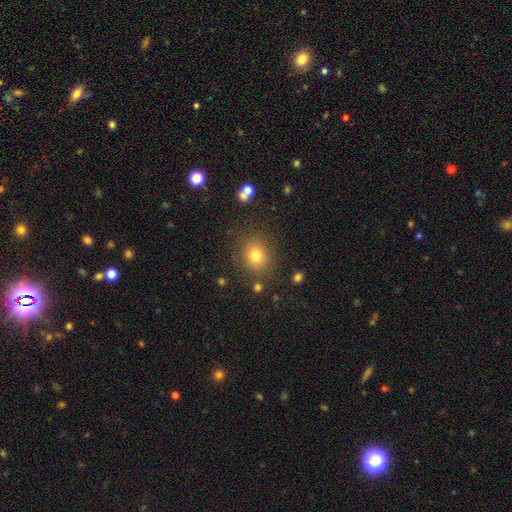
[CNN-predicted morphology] The model was most divided on "how rounded": round: 78%, in between: 21%, cigar-shaped: 1%. More confident: merging — none (83%); smooth or featured — smooth (77%).